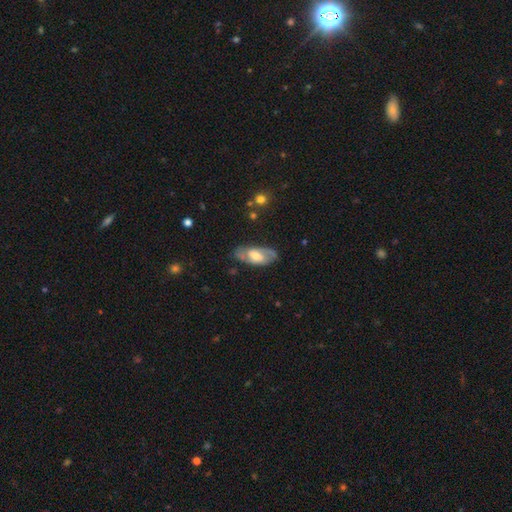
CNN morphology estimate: A featured or disk galaxy (62%) with a weak bar (44%), spiral arms (71%) and a moderate central bulge (53%). Merging: none (74%).